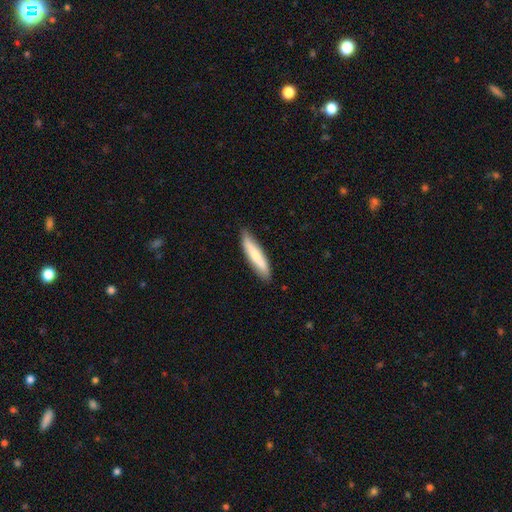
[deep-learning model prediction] smooth_or_featured: smooth (p=0.65) [alt: featured or disk p=0.30]
how_rounded: cigar-shaped (p=0.86) [alt: in between p=0.13]
merging: none (p=0.85) [alt: minor disturbance p=0.12]